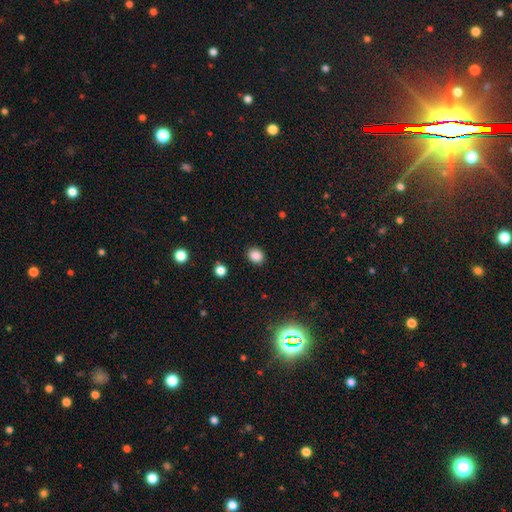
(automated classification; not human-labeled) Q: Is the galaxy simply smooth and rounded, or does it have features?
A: smooth — 85%.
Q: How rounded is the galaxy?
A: round — 63%.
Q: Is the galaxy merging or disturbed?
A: none — 89%.